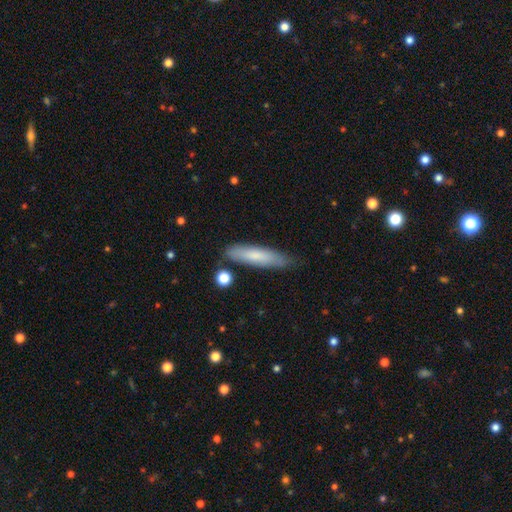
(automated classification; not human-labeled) Smooth or featured: smooth — 73% (featured or disk — 21%)
How rounded: cigar-shaped — 82% (in between — 17%)
Merging: none — 80% (minor disturbance — 15%)